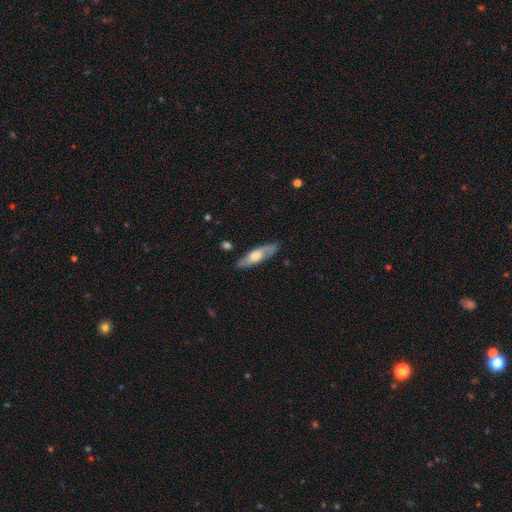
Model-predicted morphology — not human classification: Smooth or featured: smooth — 50% (featured or disk — 45%)
Merging: none — 84% (minor disturbance — 12%)